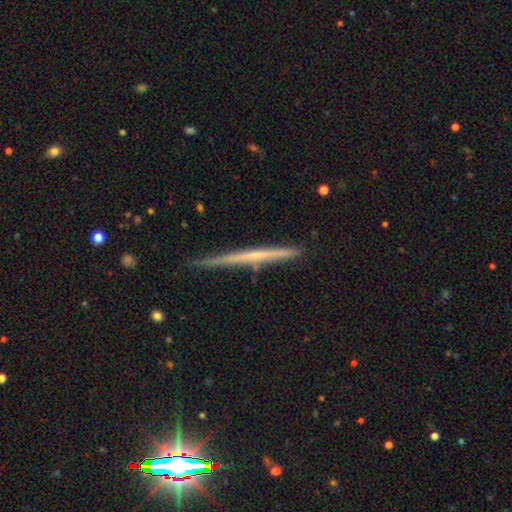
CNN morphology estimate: The model was most divided on "smooth or featured": featured or disk: 60%, smooth: 33%, star or artifact: 6%. More confident: edge-on disk — yes (98%); merging — none (84%); edge-on bulge — none (83%).